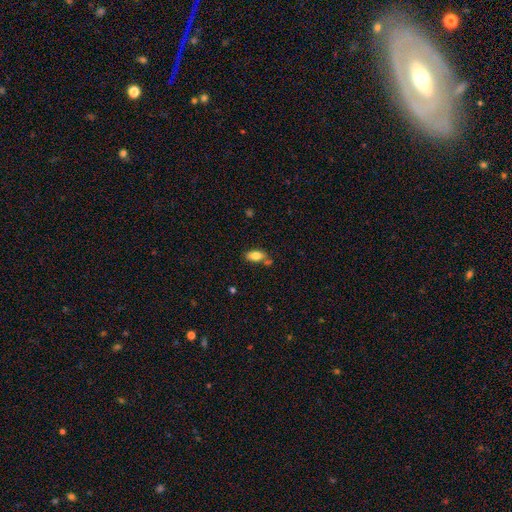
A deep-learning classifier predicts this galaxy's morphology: smooth_or_featured: smooth (p=0.81) [alt: featured or disk p=0.12]
how_rounded: in between (p=0.90) [alt: cigar-shaped p=0.07]
merging: none (p=0.67) [alt: minor disturbance p=0.16]